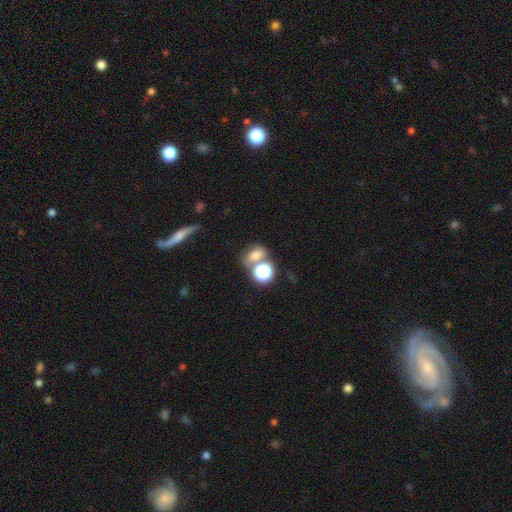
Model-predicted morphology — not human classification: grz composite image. It shows a smooth galaxy with no disk features (65%) that is in between round and cigar-shaped (60%). Merging: none (47%).